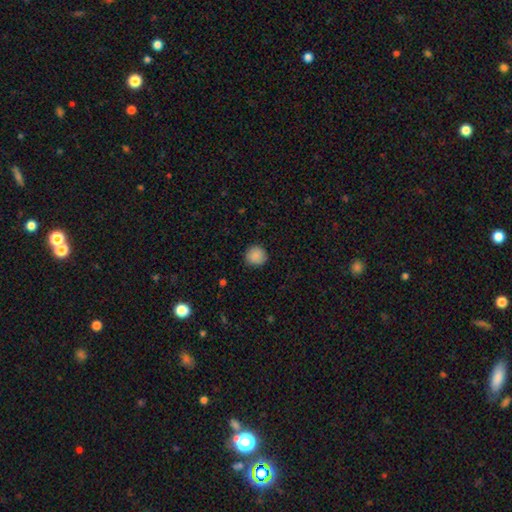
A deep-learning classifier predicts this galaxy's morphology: type=smooth (88%); roundness=round (92%); merging=none (88%).